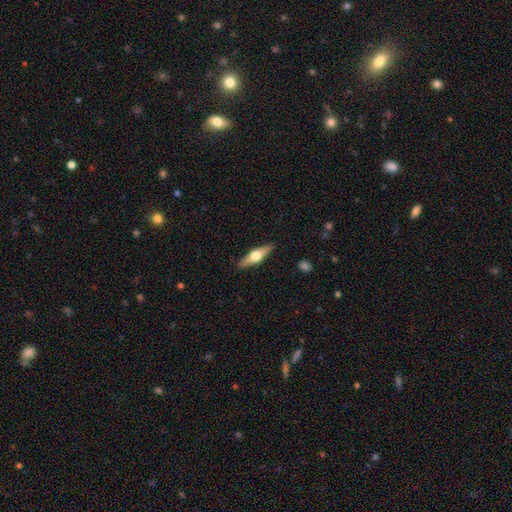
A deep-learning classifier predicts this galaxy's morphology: Overall: featured or disk (61%; smooth 33%). Edge-on disk: yes (95%). Edge-on bulge: rounded (95%). Merging: none (89%).